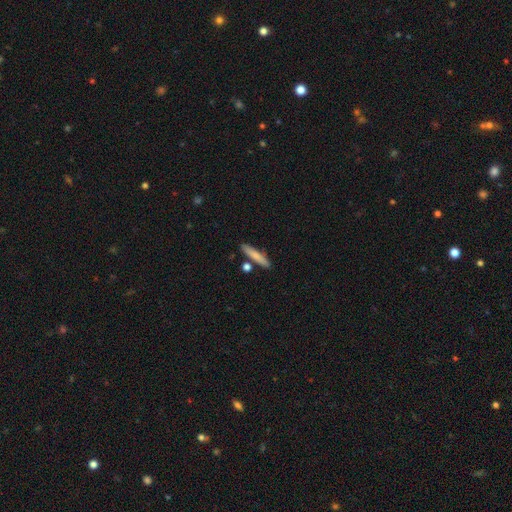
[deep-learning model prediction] This appears to be a smooth galaxy with no disk features (78%) that is cigar-shaped (88%). Merging: none (82%).